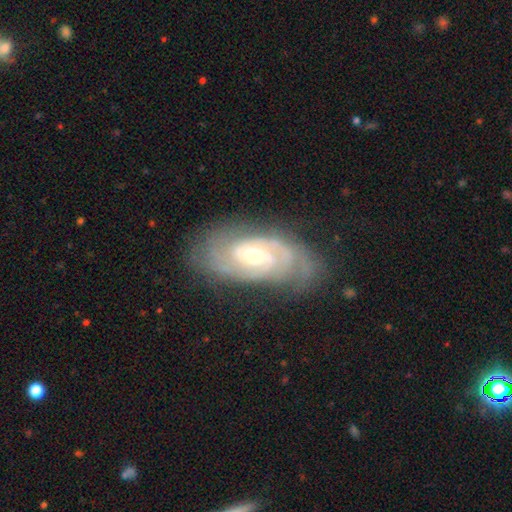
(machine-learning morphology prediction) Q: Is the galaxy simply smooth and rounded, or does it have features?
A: featured or disk — 88%.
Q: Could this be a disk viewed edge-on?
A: no — 95%.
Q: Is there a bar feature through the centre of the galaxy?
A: weak — 48%.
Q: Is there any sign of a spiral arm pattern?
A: yes — 97%.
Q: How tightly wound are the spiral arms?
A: tight — 65%.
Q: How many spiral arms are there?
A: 2 — 54%.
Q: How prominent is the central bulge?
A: moderate — 52%.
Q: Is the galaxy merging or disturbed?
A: none — 75%.